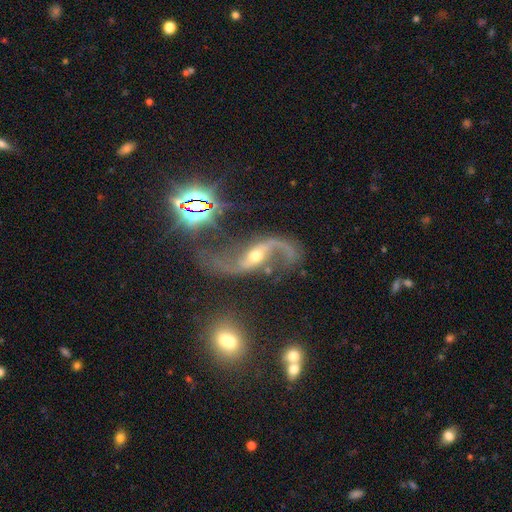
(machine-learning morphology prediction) A featured or disk galaxy (89%) with no bar (38%), 2 (93%) loose (84%) spiral arms (97%) and a moderate central bulge (62%). Merging: none (63%).